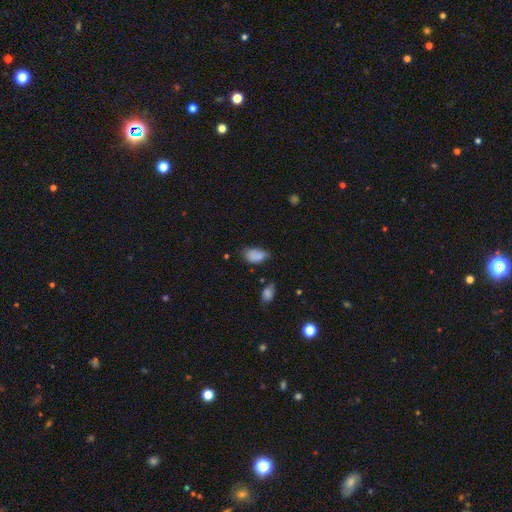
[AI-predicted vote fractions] Smooth or featured: smooth — 83% (star or artifact — 9%)
How rounded: in between — 92% (round — 6%)
Merging: none — 47% (minor disturbance — 39%)